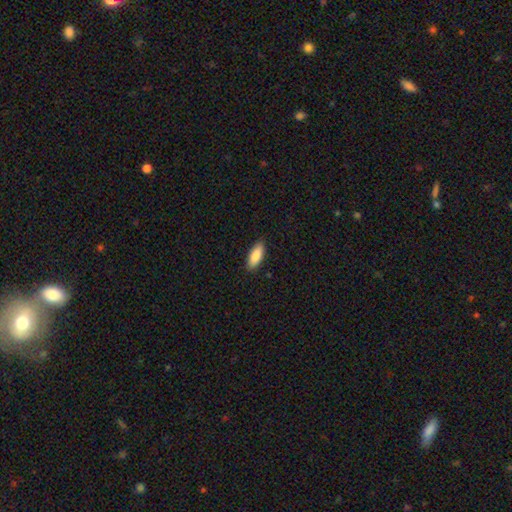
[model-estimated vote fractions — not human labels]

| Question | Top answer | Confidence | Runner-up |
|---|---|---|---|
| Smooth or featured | smooth | 87% | featured or disk (7%) |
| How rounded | in between | 77% | cigar-shaped (21%) |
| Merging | none | 89% | minor disturbance (8%) |